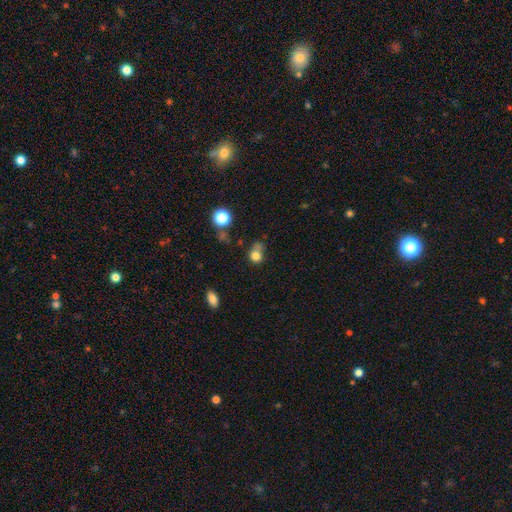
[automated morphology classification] A smooth galaxy with no disk features (76%) that is round (75%). Merging: none (44%).